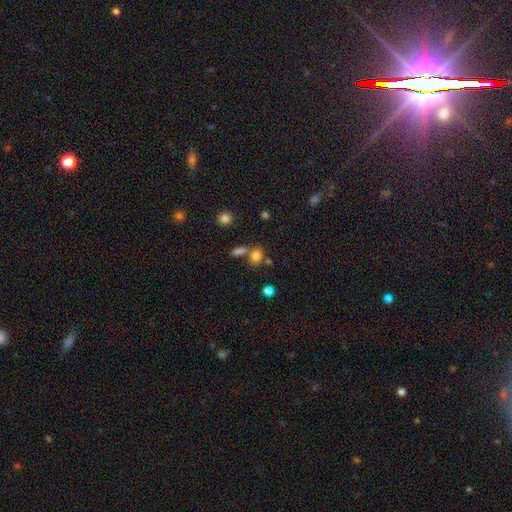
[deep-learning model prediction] smooth-or-featured: smooth: 78% | star or artifact: 15% | featured or disk: 8%
  how-rounded: in between: 59% | round: 39% | cigar-shaped: 2%
  merging: none: 53% | merger: 30% | minor disturbance: 12% | major disturbance: 5%